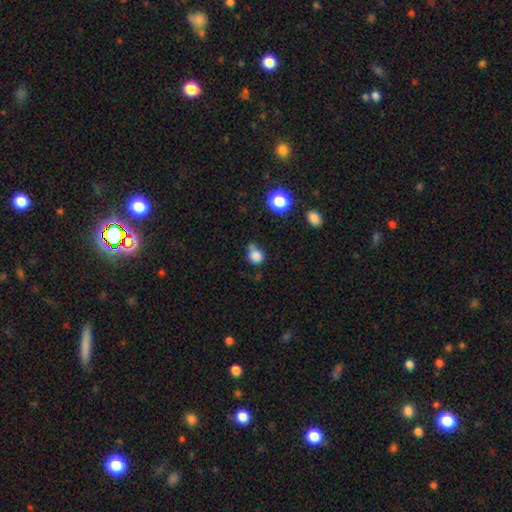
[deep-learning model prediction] Overall: smooth (80%). How rounded: round (71%). Merging: none (45%; minor disturbance 27%).